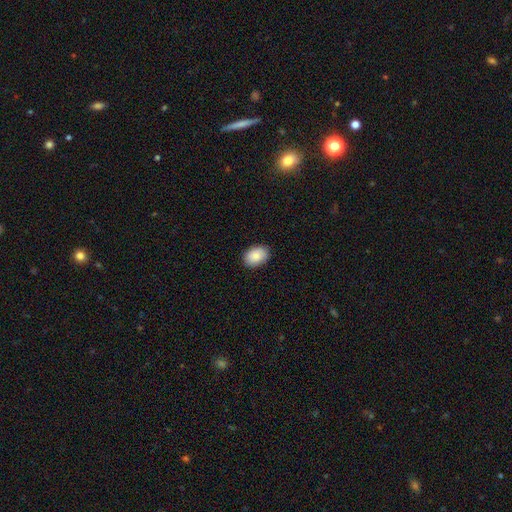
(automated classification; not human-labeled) smooth 87%, star or artifact 7%, featured or disk 6%. Down the decision tree: how rounded — in between (82%); merging — none (87%).